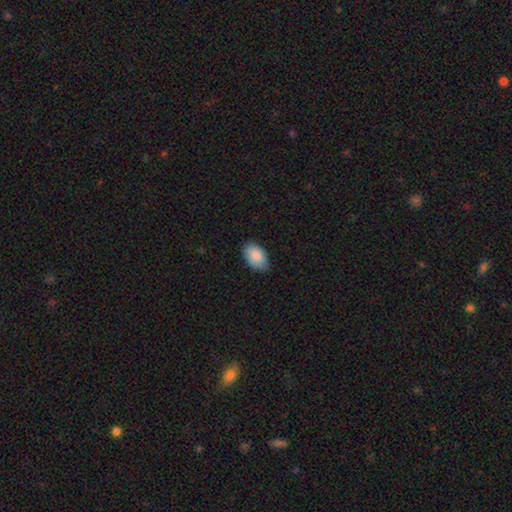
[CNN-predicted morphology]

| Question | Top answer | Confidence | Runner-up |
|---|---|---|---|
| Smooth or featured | smooth | 89% | star or artifact (6%) |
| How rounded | in between | 92% | round (6%) |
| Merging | none | 78% | minor disturbance (19%) |